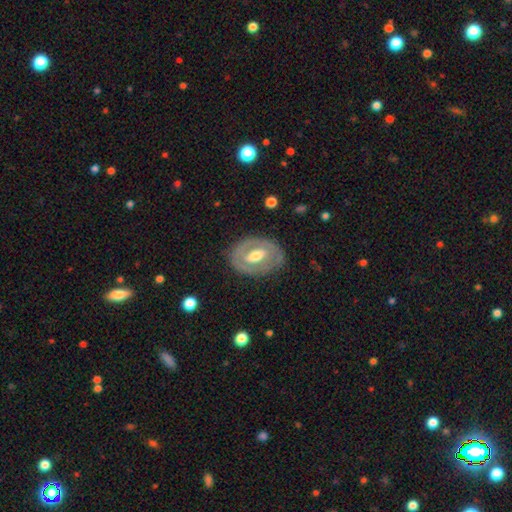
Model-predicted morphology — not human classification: Smooth or featured? featured or disk (67%)
Edge-on disk? no (93%)
Bar? weak (40%)
Spiral arms? no (61%)
Bulge size? moderate (67%)
Merging? none (78%)